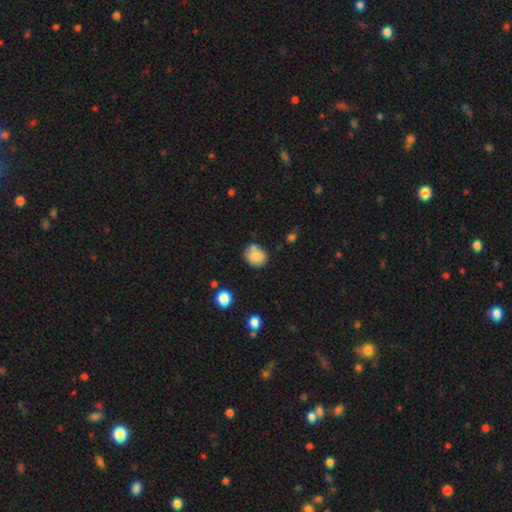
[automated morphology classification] Smooth or featured? Predicted: smooth (p=0.82). How rounded? Predicted: round (p=0.70). Merging? Predicted: none (p=0.64).